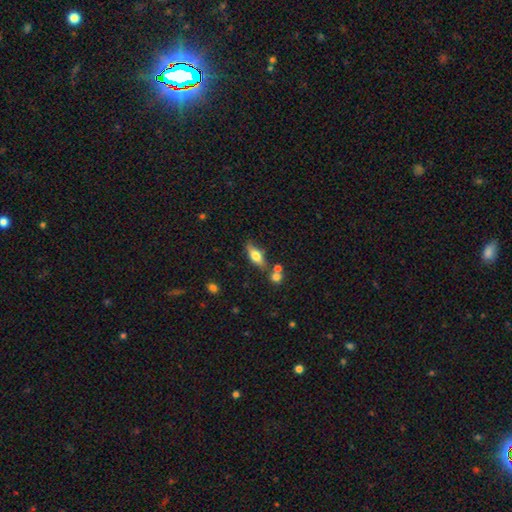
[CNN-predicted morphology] A smooth galaxy with no disk features (57%) that is in between round and cigar-shaped (65%). Merging: none (66%).